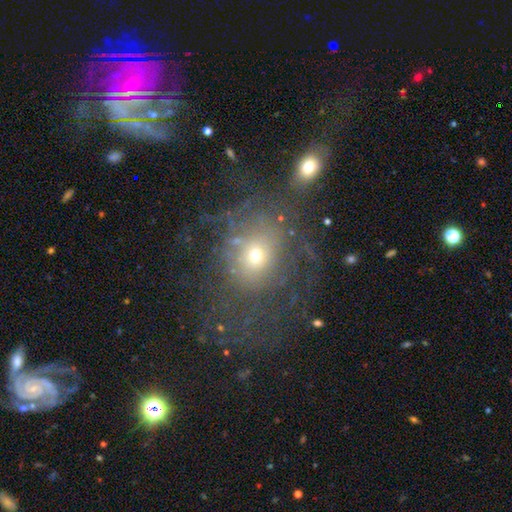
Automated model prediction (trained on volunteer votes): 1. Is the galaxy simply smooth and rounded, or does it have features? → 41% smooth (tied), 41% featured or disk (tied), 18% star or artifact.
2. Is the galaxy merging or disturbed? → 52% none, 26% major disturbance, 16% minor disturbance, 6% merger.